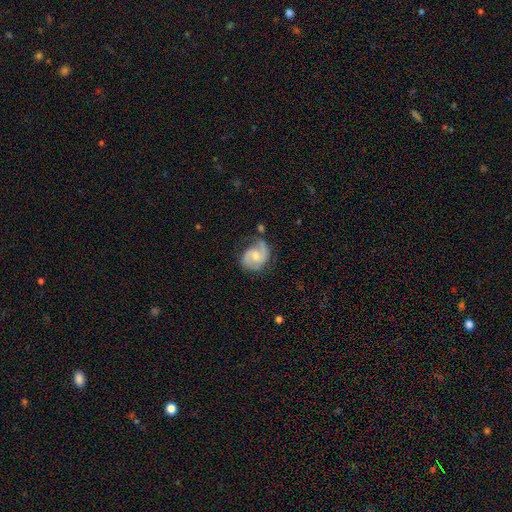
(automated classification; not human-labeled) smooth-or-featured: featured or disk: 80% | smooth: 14% | star or artifact: 6%
  disk-edge-on: no: 98% | yes: 2%
    bar: no: 51% | weak: 43% | strong: 7%
    has-spiral-arms: yes: 96% | no: 4%
      spiral-winding: medium: 52% | tight: 27% | loose: 22%
      spiral-arm-count: 2: 85% | 1: 7% | can't tell: 5% | 3: 2% | 4: 1% | more than 4: 1%
    bulge-size: moderate: 44% | small: 42% | none: 9% | large: 4% | dominant: 1%
  merging: none: 62% | minor disturbance: 24% | major disturbance: 10% | merger: 4%